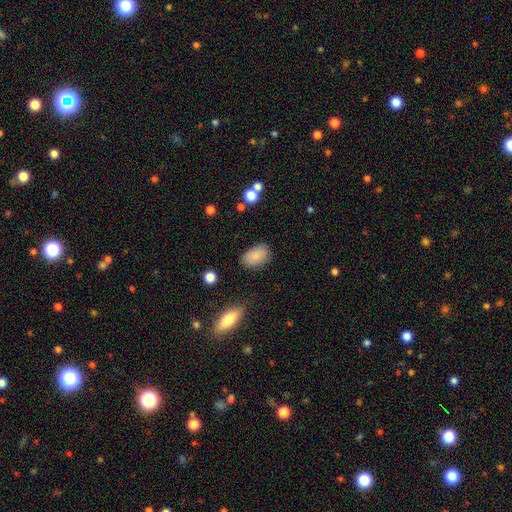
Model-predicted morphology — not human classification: Smooth or featured? Predicted: smooth (p=0.87). How rounded? Predicted: in between (p=0.91). Merging? Predicted: none (p=0.82).